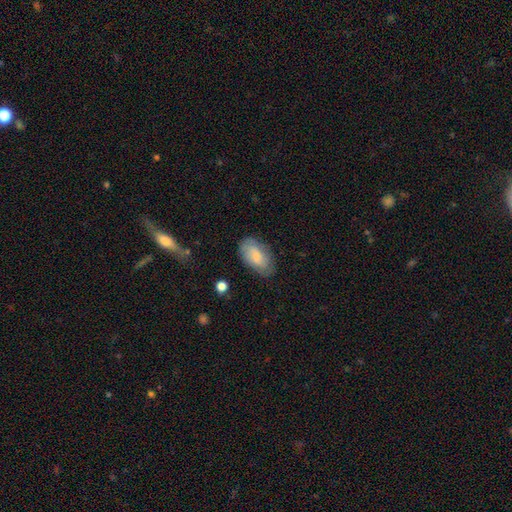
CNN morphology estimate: smooth-or-featured: smooth: 73% | featured or disk: 20% | star or artifact: 7%
  how-rounded: in between: 94% | round: 4% | cigar-shaped: 2%
  merging: none: 76% | minor disturbance: 18% | major disturbance: 5% | merger: 1%